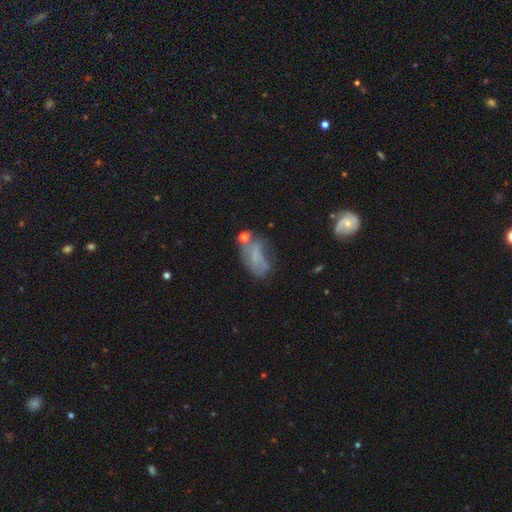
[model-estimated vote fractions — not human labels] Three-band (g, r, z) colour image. It shows a smooth galaxy with no disk features (43%). Merging: none (37%).